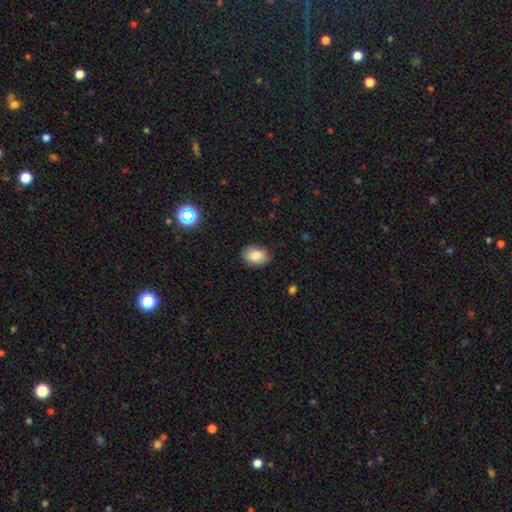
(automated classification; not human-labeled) Smooth or featured: smooth — 86% (star or artifact — 9%)
How rounded: in between — 77% (round — 22%)
Merging: none — 85% (minor disturbance — 11%)